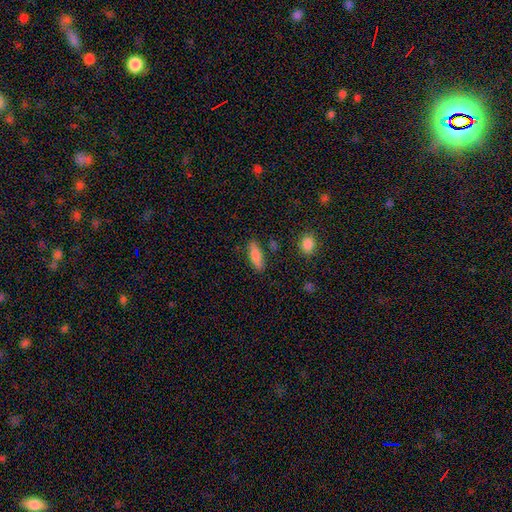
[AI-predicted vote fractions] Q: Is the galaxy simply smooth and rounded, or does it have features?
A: smooth — 81%.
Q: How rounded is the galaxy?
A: in between — 61%.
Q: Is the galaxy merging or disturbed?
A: none — 83%.